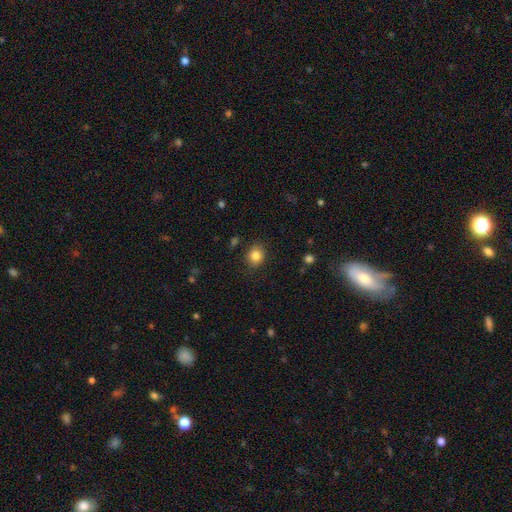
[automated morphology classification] This appears to be a smooth galaxy with no disk features (84%) that is round (73%). Merging: none (87%).